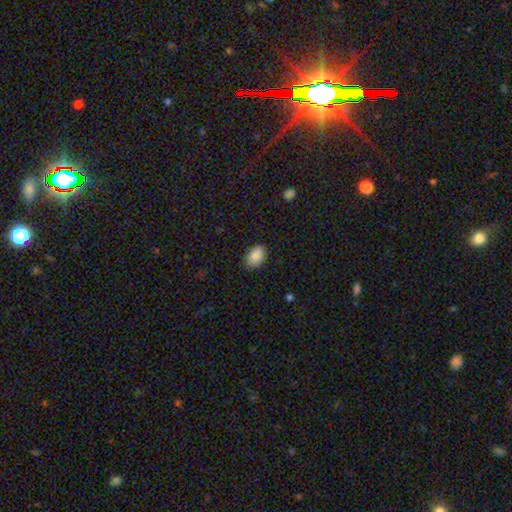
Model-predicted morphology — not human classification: A smooth galaxy with no disk features (89%) that is in between round and cigar-shaped (87%).

Vote fractions:
- Smooth or featured? smooth: 89% / star or artifact: 7% / featured or disk: 4%
- How rounded? in between: 87% / round: 12% / cigar-shaped: 1%
- Merging? none: 84% / minor disturbance: 13% / major disturbance: 3% / merger: 1%